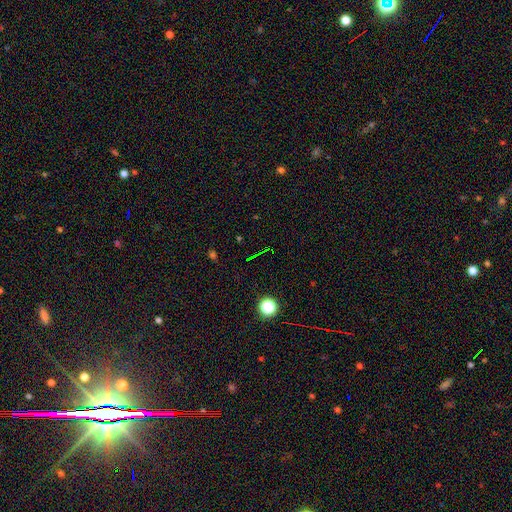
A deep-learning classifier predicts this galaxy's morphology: Smooth or featured? star or artifact (72%)